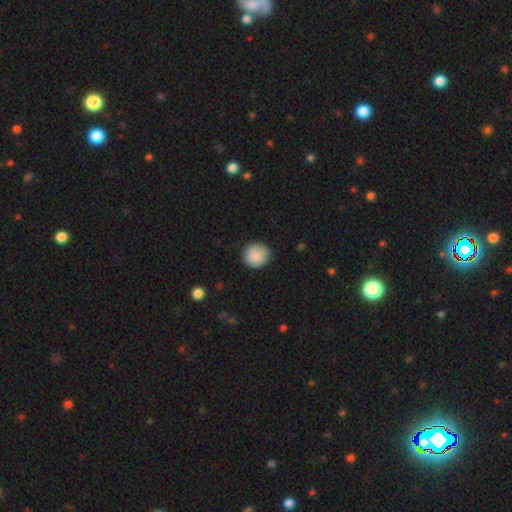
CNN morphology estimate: Smooth or featured: smooth — 87% (star or artifact — 7%)
How rounded: round — 90% (in between — 9%)
Merging: none — 84% (minor disturbance — 12%)